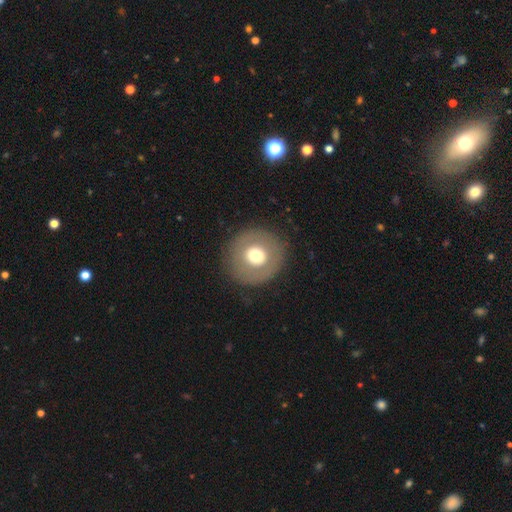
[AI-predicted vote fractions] The model was most divided on "smooth or featured": smooth: 61%, featured or disk: 30%, star or artifact: 9%. More confident: how rounded — round (93%); merging — none (87%).